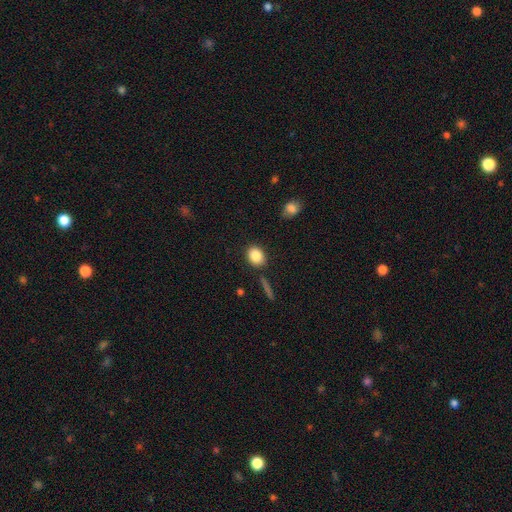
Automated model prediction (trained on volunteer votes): Q: Smooth or featured?
A: smooth (86%); runner-up: star or artifact (8%)
Q: How rounded?
A: in between (55%); runner-up: round (43%)
Q: Merging?
A: none (84%); runner-up: minor disturbance (10%)